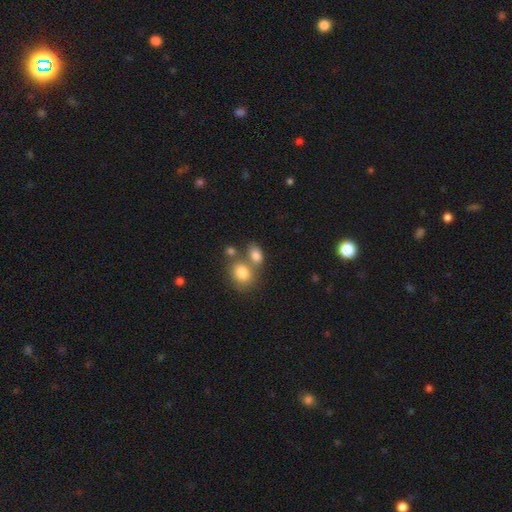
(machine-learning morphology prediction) Smooth or featured? Predicted: smooth (p=0.80). How rounded? Predicted: in between (p=0.68). Merging? Predicted: none (p=0.43).